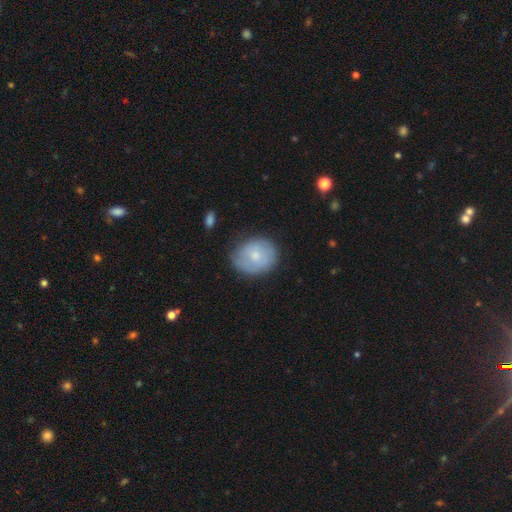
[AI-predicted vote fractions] Smooth or featured: smooth — 67% (featured or disk — 27%)
How rounded: round — 62% (in between — 37%)
Merging: none — 70% (minor disturbance — 23%)